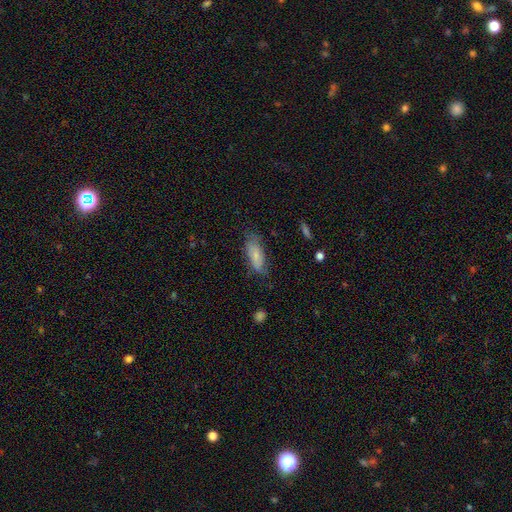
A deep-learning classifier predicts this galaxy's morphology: Smooth or featured? smooth (67%)
How rounded? in between (77%)
Merging? none (62%)